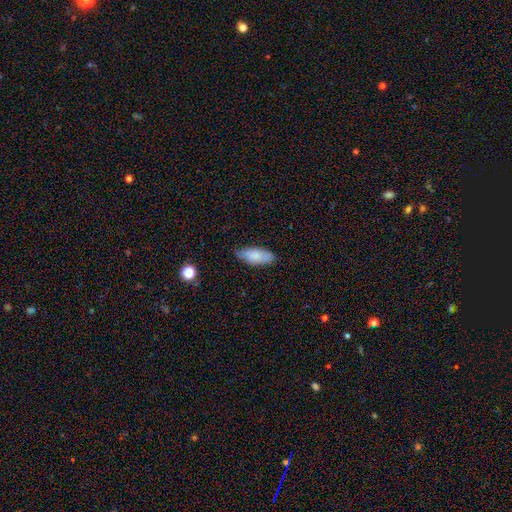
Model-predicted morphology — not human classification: Smooth or featured? Predicted: smooth (p=0.81). How rounded? Predicted: in between (p=0.81). Merging? Predicted: none (p=0.74).